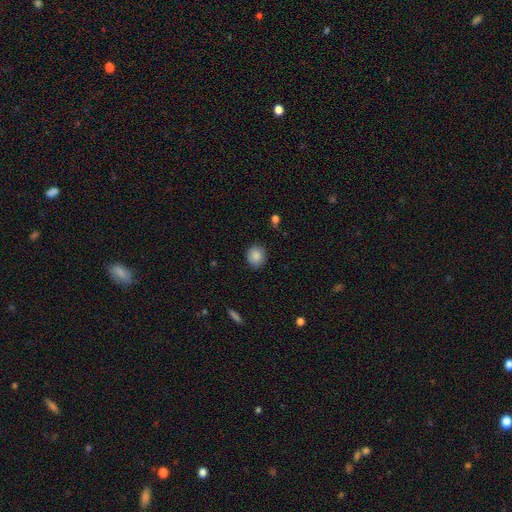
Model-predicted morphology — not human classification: This appears to be a smooth galaxy with no disk features (86%) that is round (80%). Merging: none (87%).